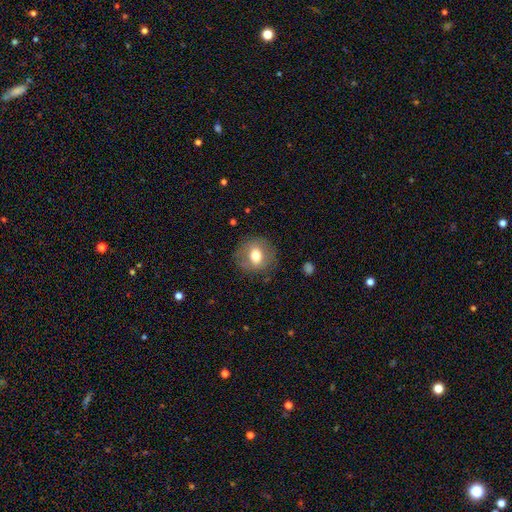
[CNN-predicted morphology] This is likely a smooth galaxy (67%). How rounded: likely round (77%). Merging: clearly none (81%).